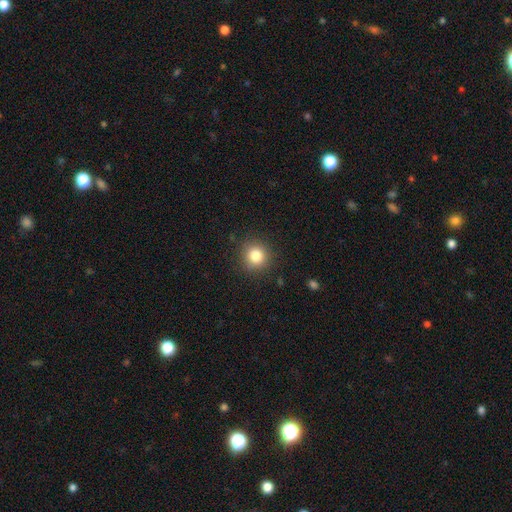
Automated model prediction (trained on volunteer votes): A smooth galaxy with no disk features (82%) that is round (91%).

Vote fractions:
- Smooth or featured? smooth: 82% / star or artifact: 12% / featured or disk: 6%
- How rounded? round: 91% / in between: 8% / cigar-shaped: 1%
- Merging? none: 89% / minor disturbance: 7% / major disturbance: 3% / merger: 1%